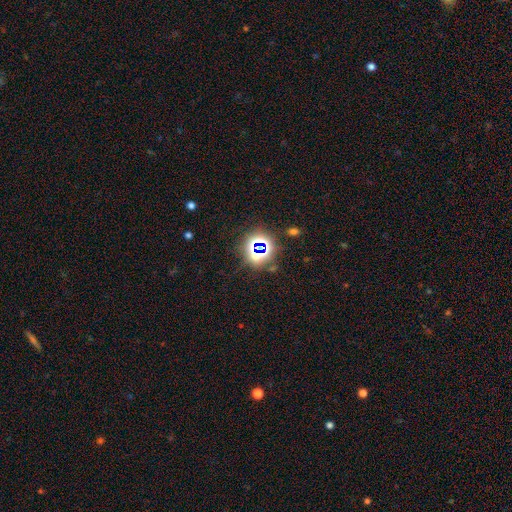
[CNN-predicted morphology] smooth-or-featured: star or artifact: 72% | smooth: 19% | featured or disk: 9%